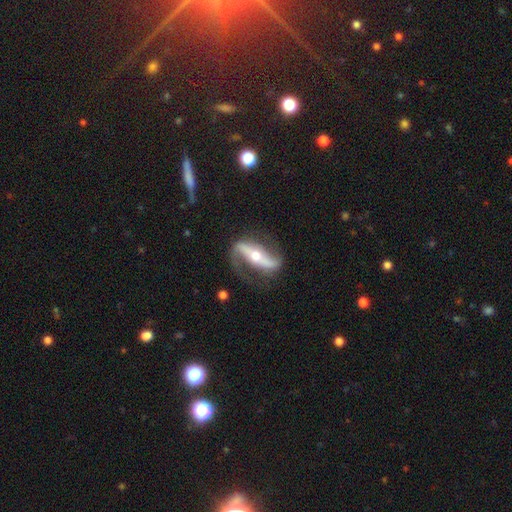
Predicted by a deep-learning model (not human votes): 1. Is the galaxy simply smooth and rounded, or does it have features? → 86% featured or disk, 10% smooth, 4% star or artifact.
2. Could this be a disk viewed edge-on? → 79% no, 21% yes.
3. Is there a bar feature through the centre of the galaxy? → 69% strong, 17% no, 14% weak.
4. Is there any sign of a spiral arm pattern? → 90% yes, 10% no.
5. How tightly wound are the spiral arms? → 56% loose, 30% medium, 14% tight.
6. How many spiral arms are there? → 90% 2, 4% 1, 3% can't tell, 1% 3, 1% 4, 1% more than 4.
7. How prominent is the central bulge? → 59% moderate, 34% small, 4% large, 1% dominant, 1% none.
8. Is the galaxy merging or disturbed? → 75% none, 15% minor disturbance, 9% major disturbance, 2% merger.